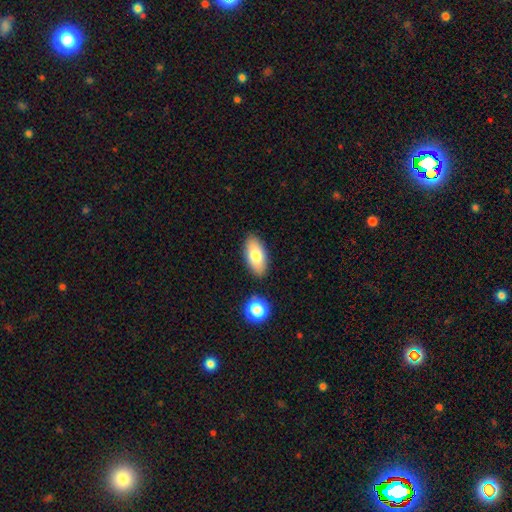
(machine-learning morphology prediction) Overall: smooth (78%). How rounded: in between (90%). Merging: none (84%).